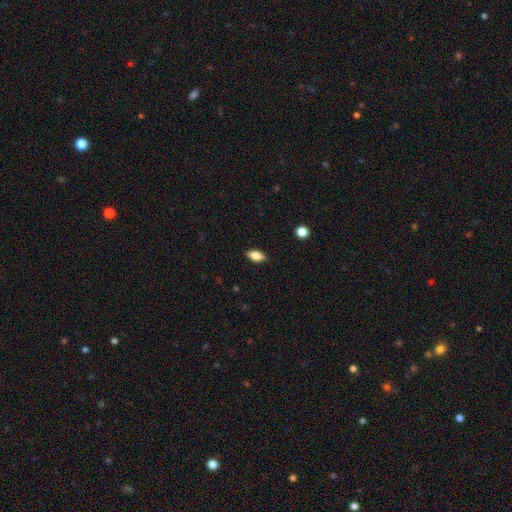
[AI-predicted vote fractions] Smooth or featured? smooth (80%)
How rounded? in between (88%)
Merging? none (87%)